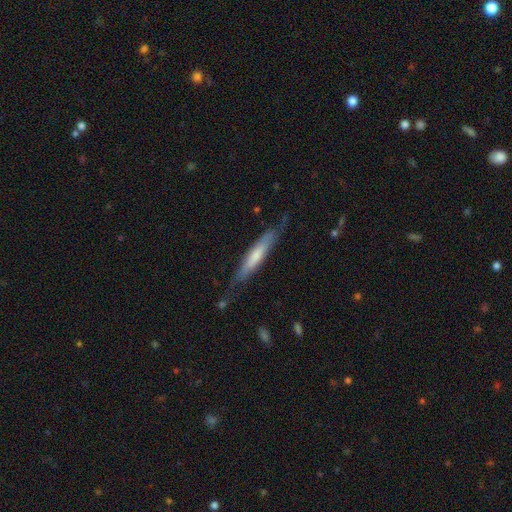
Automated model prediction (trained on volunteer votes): Smooth or featured: smooth — 53% (featured or disk — 42%)
How rounded: cigar-shaped — 89% (in between — 9%)
Merging: none — 72% (minor disturbance — 20%)